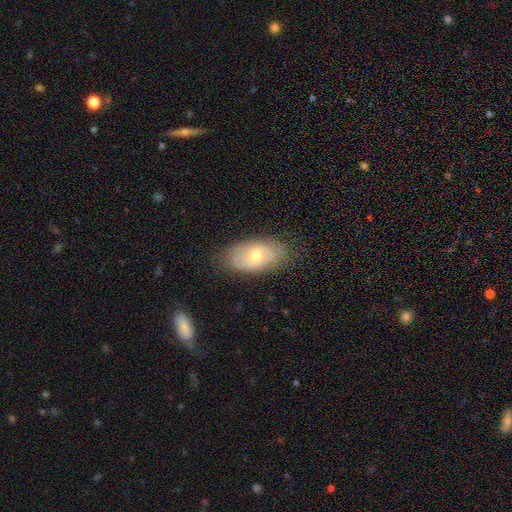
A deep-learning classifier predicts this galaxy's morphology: smooth 51%, featured or disk 41%, star or artifact 7%. Down the decision tree: how rounded — in between (91%); merging — none (77%).